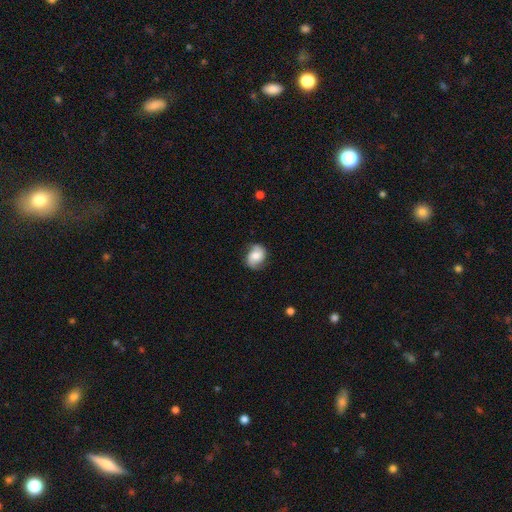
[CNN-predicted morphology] type=smooth (46%); merging=none (74%).